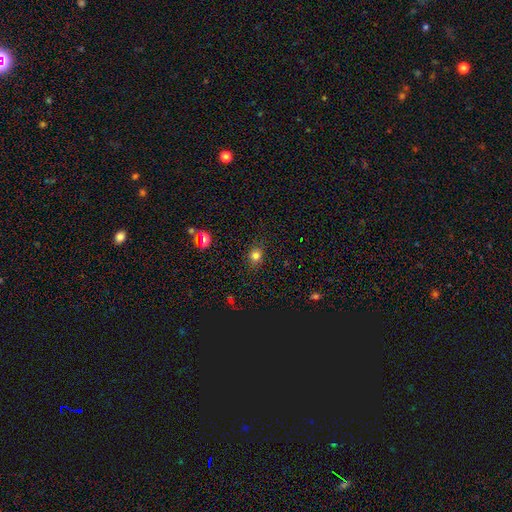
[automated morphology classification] smooth 78%, star or artifact 16%, featured or disk 6%. Down the decision tree: how rounded — round (70%); merging — none (85%).